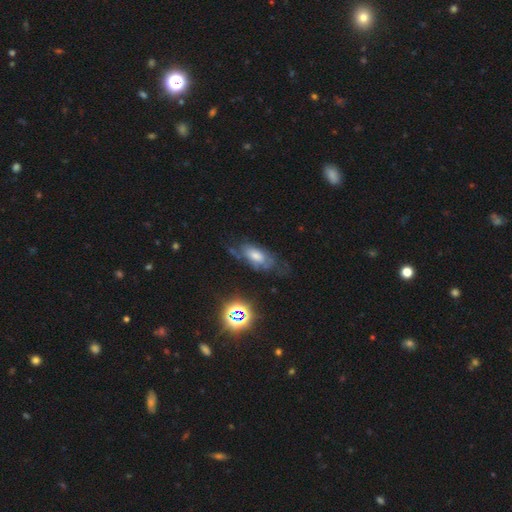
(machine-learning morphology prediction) Smooth or featured? featured or disk (48%)
Merging? none (52%)